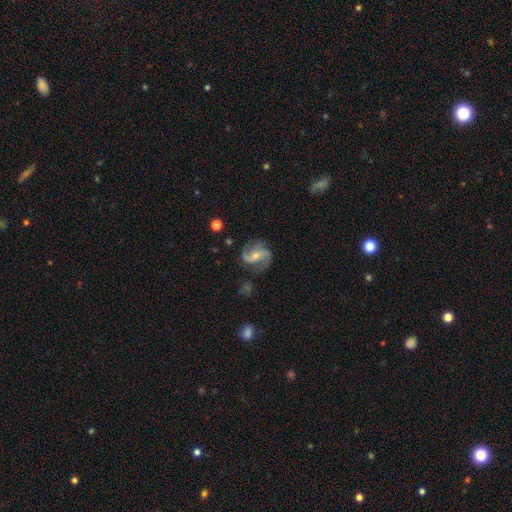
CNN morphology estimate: A featured or disk galaxy (86%) with no bar (43%), 2 (56%) medium (50%) spiral arms (97%) and a small central bulge (54%).

Vote fractions:
- Smooth or featured? featured or disk: 86% / smooth: 8% / star or artifact: 6%
- Edge-on disk? no: 98% / yes: 2%
- Bar? no: 43% / weak: 40% / strong: 17%
- Spiral arms? yes: 97% / no: 3%
- Spiral winding? medium: 50% / loose: 31% / tight: 19%
- Spiral arm count? 2: 56% / 3: 27% / can't tell: 7% / 4: 4% / 1: 3% / more than 4: 3%
- Bulge size? small: 54% / moderate: 42% / none: 2% / large: 1% / dominant: 1%
- Merging? none: 68% / minor disturbance: 19% / major disturbance: 10% / merger: 3%